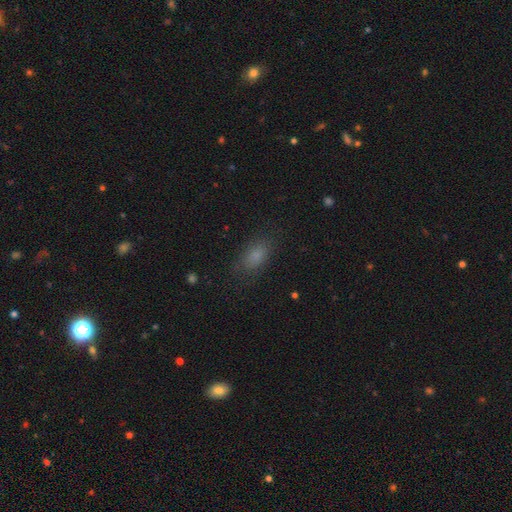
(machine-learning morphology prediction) Smooth or featured: smooth — 80% (star or artifact — 12%)
How rounded: in between — 84% (round — 9%)
Merging: none — 79% (minor disturbance — 14%)